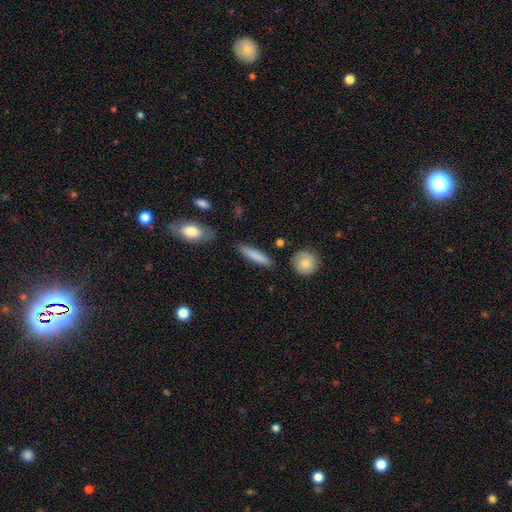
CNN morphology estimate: Overall: smooth (81%). How rounded: cigar-shaped (83%). Merging: none (84%).